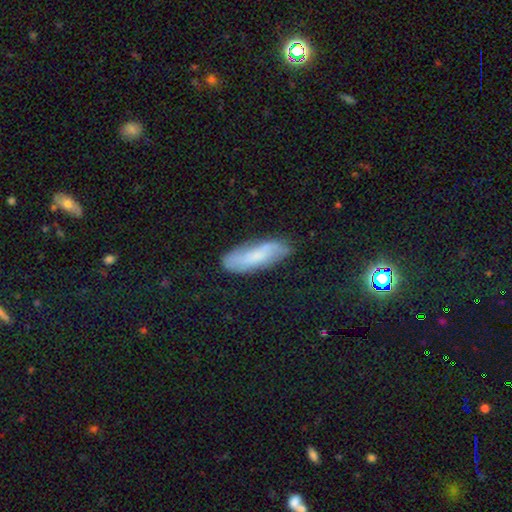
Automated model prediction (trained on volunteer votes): The model was most divided on "how rounded": in between: 50%, cigar-shaped: 48%, round: 2%. More confident: merging — none (75%); smooth or featured — smooth (55%).